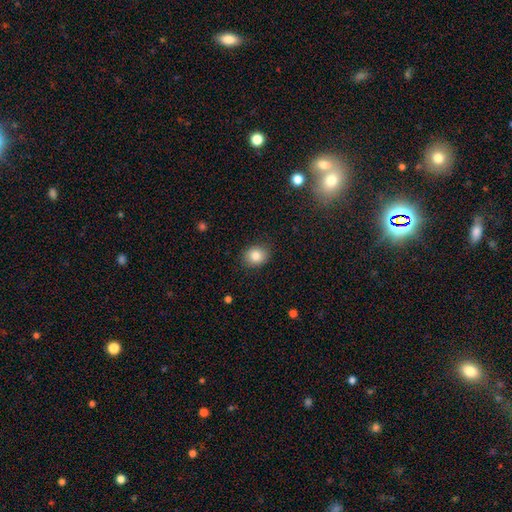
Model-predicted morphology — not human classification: A smooth galaxy with no disk features (84%) that is round (62%). Merging: none (86%).